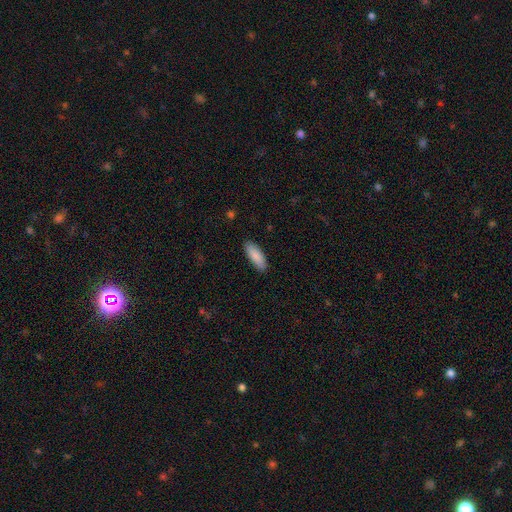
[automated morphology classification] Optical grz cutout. It shows a smooth galaxy with no disk features (89%) that is in between round and cigar-shaped (70%). Merging: none (88%).